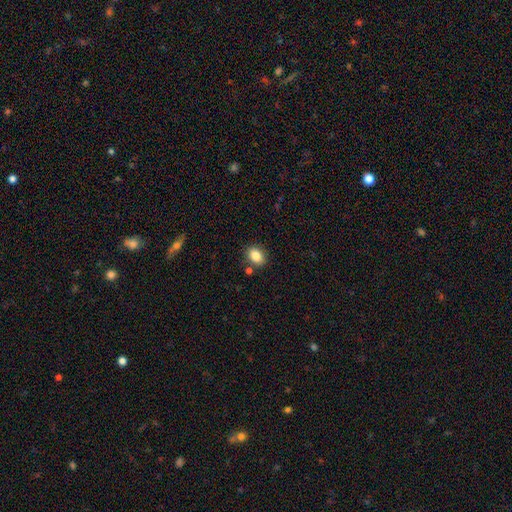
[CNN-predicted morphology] Smooth or featured? Predicted: smooth (p=0.85). How rounded? Predicted: in between (p=0.72). Merging? Predicted: none (p=0.82).